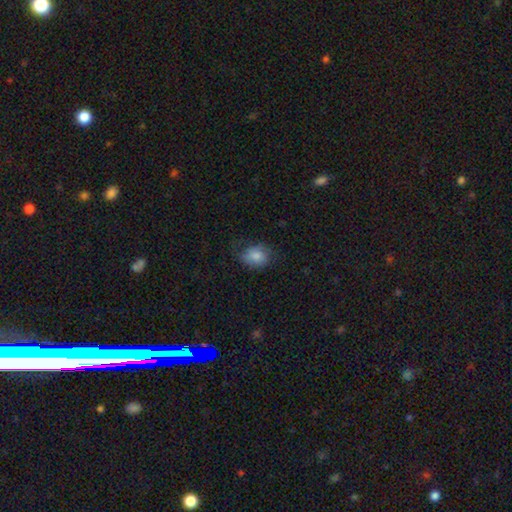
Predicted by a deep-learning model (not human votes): Q: Smooth or featured?
A: smooth (81%); runner-up: featured or disk (10%)
Q: How rounded?
A: in between (55%); runner-up: round (44%)
Q: Merging?
A: none (62%); runner-up: minor disturbance (26%)